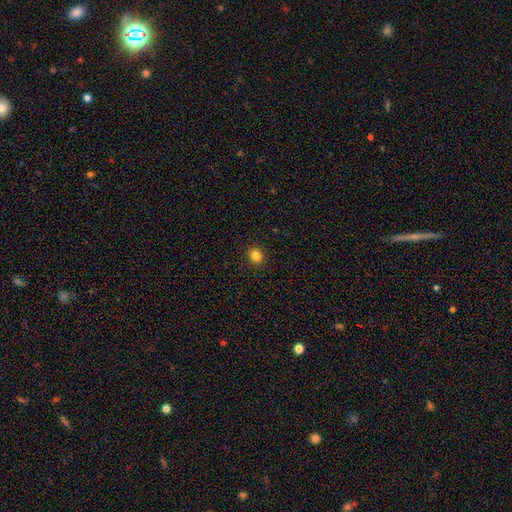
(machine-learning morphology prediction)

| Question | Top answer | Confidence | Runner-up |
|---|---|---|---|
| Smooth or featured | smooth | 84% | star or artifact (12%) |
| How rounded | round | 78% | in between (22%) |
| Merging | none | 91% | minor disturbance (6%) |